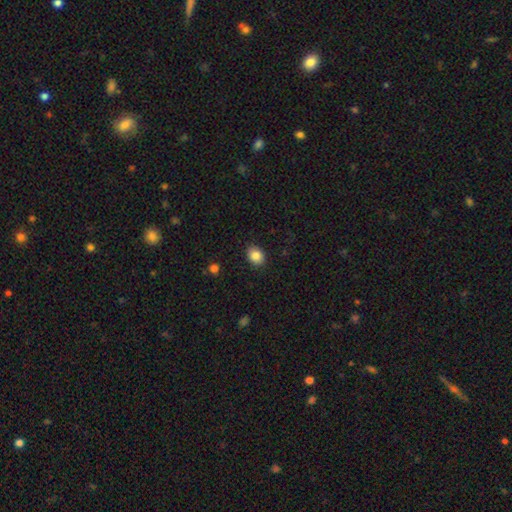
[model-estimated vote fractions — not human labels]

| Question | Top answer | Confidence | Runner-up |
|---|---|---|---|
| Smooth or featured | smooth | 86% | star or artifact (9%) |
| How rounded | in between | 60% | round (39%) |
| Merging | none | 88% | minor disturbance (9%) |